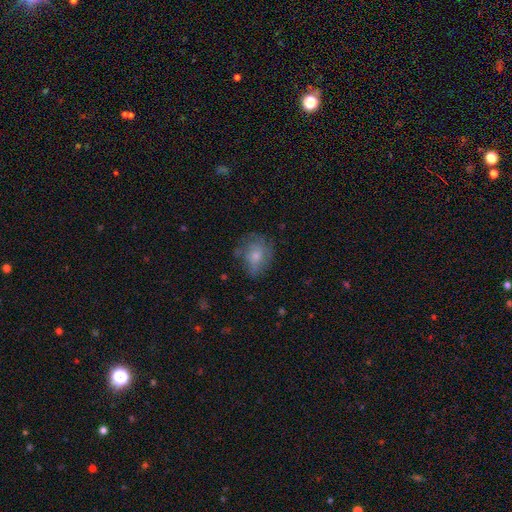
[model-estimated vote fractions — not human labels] Overall: smooth (59%; featured or disk 33%). How rounded: round (52%; in between 47%). Merging: none (57%; minor disturbance 26%).